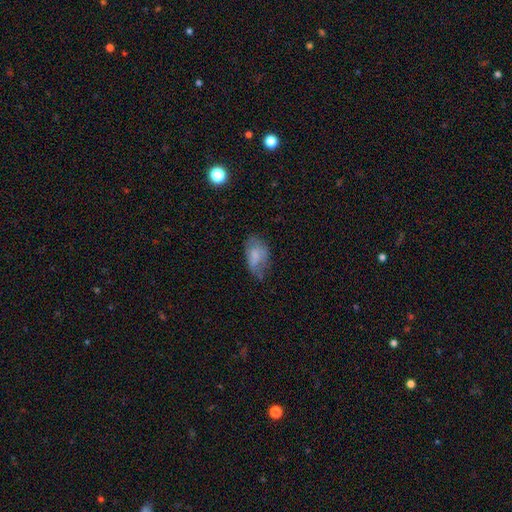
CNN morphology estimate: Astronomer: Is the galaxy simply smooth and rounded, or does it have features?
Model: smooth — 65%.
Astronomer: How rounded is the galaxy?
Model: in between — 91%.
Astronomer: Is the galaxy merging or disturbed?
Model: none — 45% (runner-up: minor disturbance, 35%).